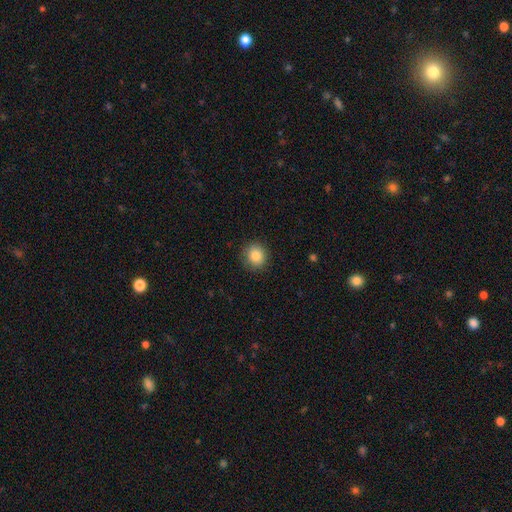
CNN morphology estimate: Smooth or featured?
  - smooth: 85% *
  - star or artifact: 9%
  - featured or disk: 6%
How rounded?
  - round: 84% *
  - in between: 15%
  - cigar-shaped: 1%
Merging?
  - none: 88% *
  - minor disturbance: 8%
  - major disturbance: 2%
  - merger: 1%